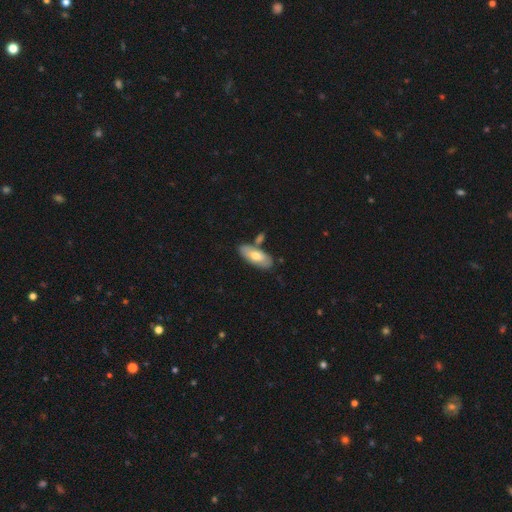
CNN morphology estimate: smooth_or_featured: smooth (p=0.58) [alt: featured or disk p=0.37]
how_rounded: in between (p=0.85) [alt: cigar-shaped p=0.13]
merging: none (p=0.68) [alt: minor disturbance p=0.14]